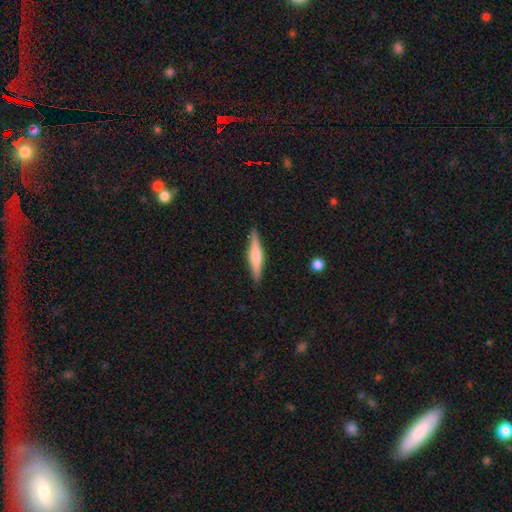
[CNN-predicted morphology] Smooth or featured: featured or disk — 49% (smooth — 46%)
Merging: none — 90% (minor disturbance — 7%)